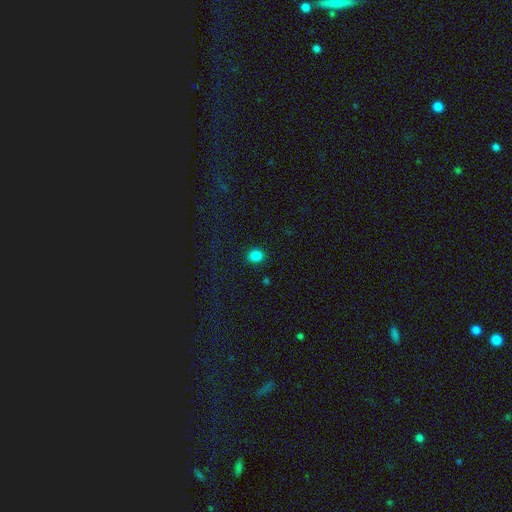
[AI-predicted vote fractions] Q: Smooth or featured?
A: smooth (85%); runner-up: star or artifact (12%)
Q: How rounded?
A: round (67%); runner-up: in between (32%)
Q: Merging?
A: none (89%); runner-up: minor disturbance (7%)